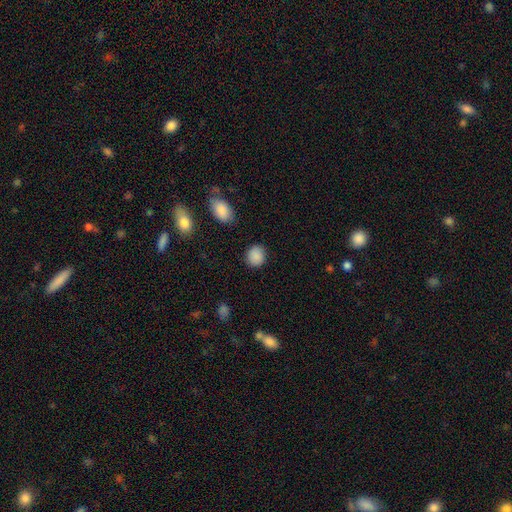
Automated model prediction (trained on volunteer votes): Smooth or featured: smooth — 88% (star or artifact — 8%)
How rounded: round — 78% (in between — 21%)
Merging: none — 88% (minor disturbance — 8%)